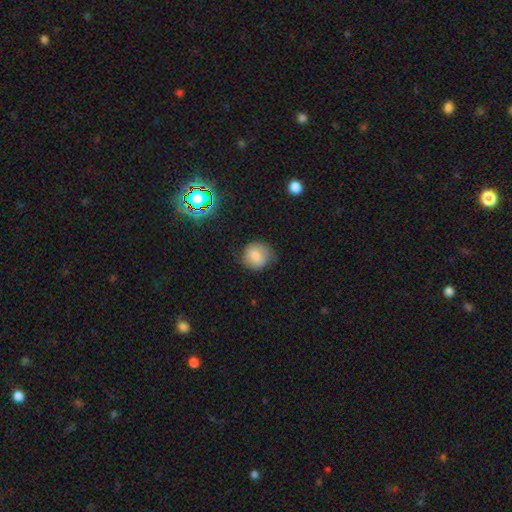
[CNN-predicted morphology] type=smooth (74%); roundness=round (82%); merging=none (72%).